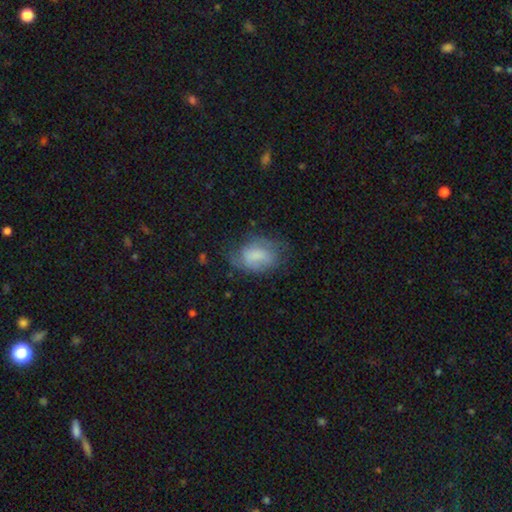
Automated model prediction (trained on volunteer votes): This appears to be a smooth galaxy with no disk features (62%) that is in between round and cigar-shaped (80%). Merging: none (50%).